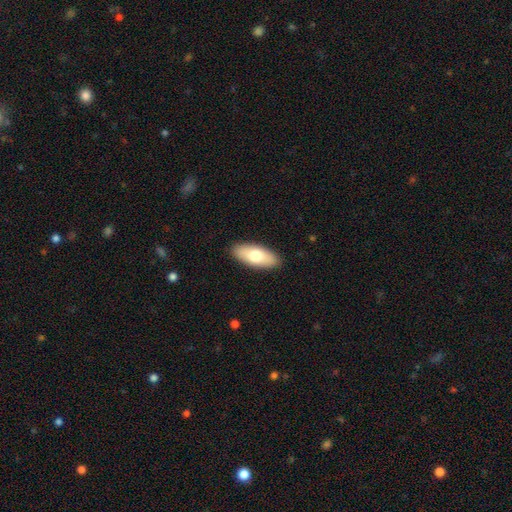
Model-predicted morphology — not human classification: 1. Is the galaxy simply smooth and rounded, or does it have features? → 73% smooth, 22% featured or disk, 5% star or artifact.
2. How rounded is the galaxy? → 83% in between, 14% cigar-shaped, 3% round.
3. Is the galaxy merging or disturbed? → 90% none, 8% minor disturbance, 2% major disturbance, 1% merger.